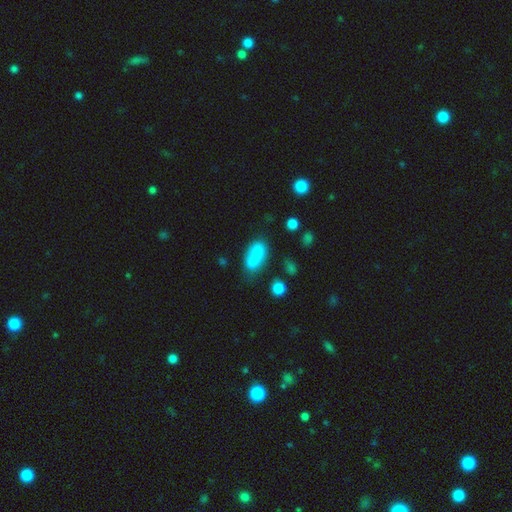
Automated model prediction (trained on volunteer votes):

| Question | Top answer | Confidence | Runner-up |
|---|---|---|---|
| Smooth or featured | smooth | 75% | featured or disk (15%) |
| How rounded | in between | 78% | cigar-shaped (17%) |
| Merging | none | 47% | minor disturbance (24%) |